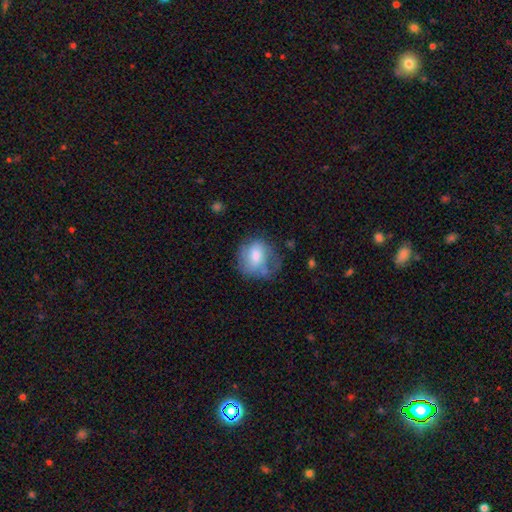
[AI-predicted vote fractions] smooth 62%, featured or disk 30%, star or artifact 8%. Down the decision tree: how rounded — round (61%); merging — none (49%).